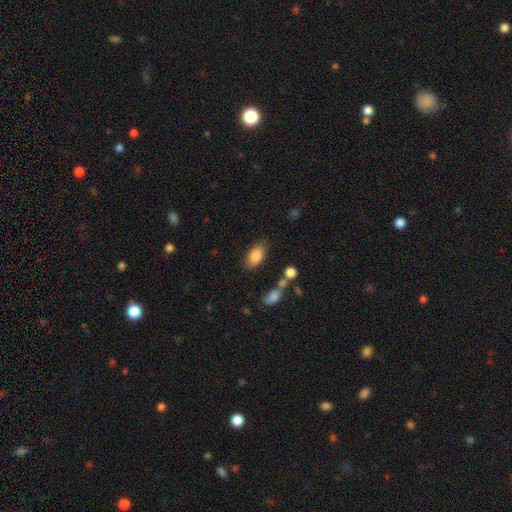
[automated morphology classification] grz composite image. It shows a smooth galaxy with no disk features (84%) that is in between round and cigar-shaped (91%). Merging: none (75%).